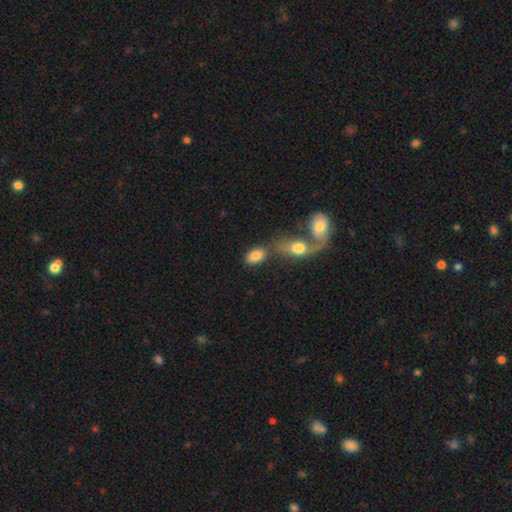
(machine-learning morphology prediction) Smooth or featured? Predicted: smooth (p=0.81). How rounded? Predicted: in between (p=0.90). Merging? Predicted: none (p=0.47).